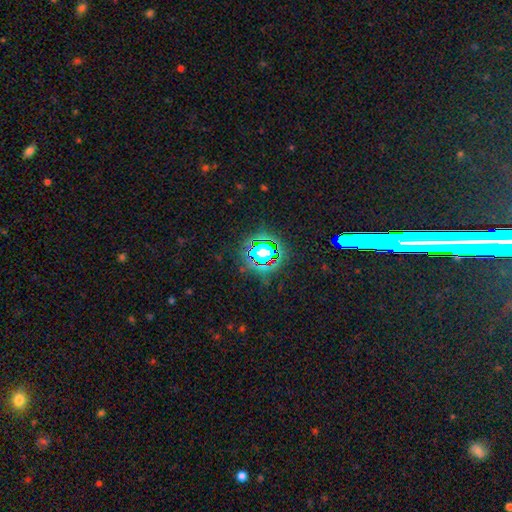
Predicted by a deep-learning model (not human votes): Q: Smooth or featured?
A: star or artifact (78%); runner-up: smooth (13%)